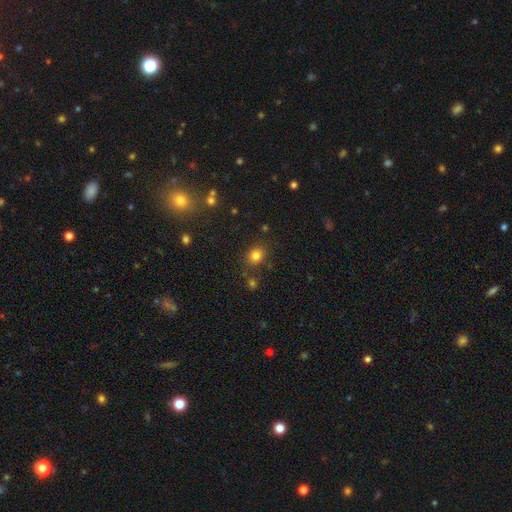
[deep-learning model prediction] A smooth galaxy with no disk features (79%) that is round (58%).

Vote fractions:
- Smooth or featured? smooth: 79% / star or artifact: 14% / featured or disk: 7%
- How rounded? round: 58% / in between: 41% / cigar-shaped: 1%
- Merging? none: 80% / minor disturbance: 12% / merger: 5% / major disturbance: 4%